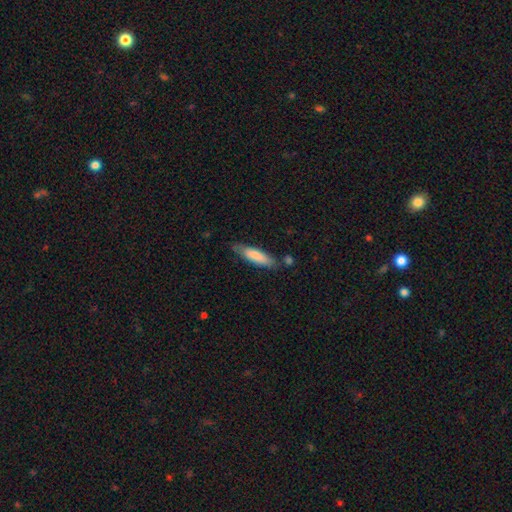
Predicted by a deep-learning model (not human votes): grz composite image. It shows a smooth galaxy with no disk features (80%) that is cigar-shaped (68%). Merging: none (75%).